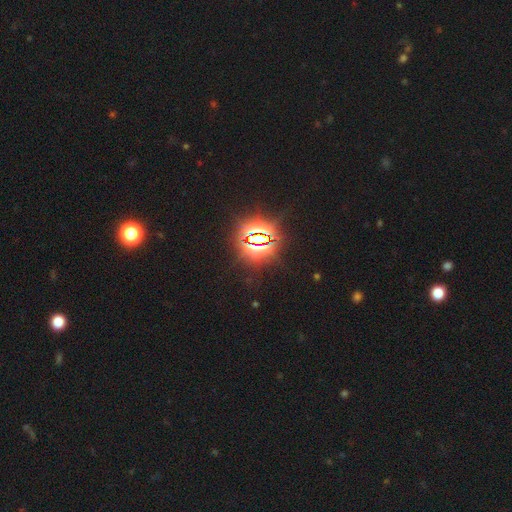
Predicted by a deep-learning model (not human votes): Smooth or featured? star or artifact (83%)